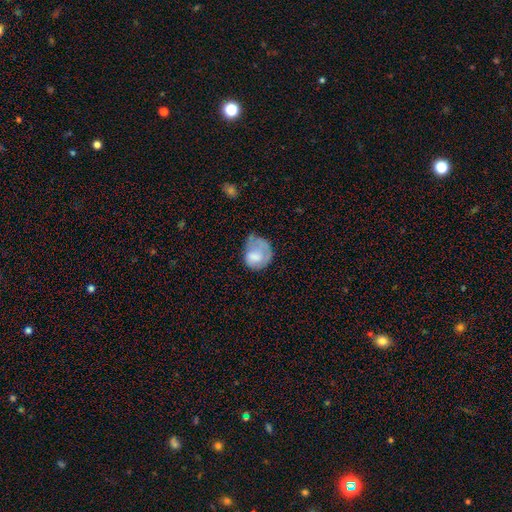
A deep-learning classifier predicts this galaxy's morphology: type=smooth (67%); roundness=round (58%); merging=minor disturbance (38%).